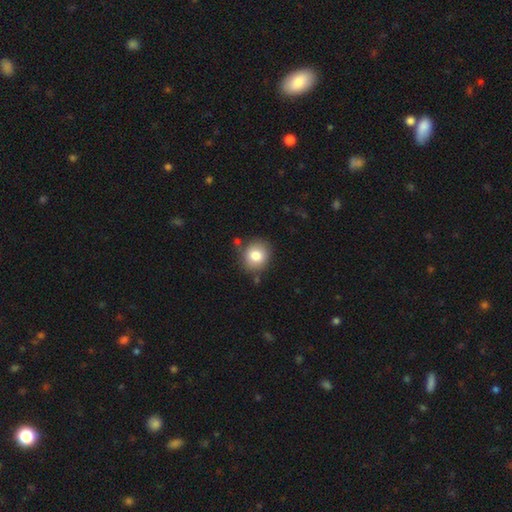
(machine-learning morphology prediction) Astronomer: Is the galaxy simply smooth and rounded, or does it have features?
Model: smooth — 82%.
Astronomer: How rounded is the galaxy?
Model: round — 84%.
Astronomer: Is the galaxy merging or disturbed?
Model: none — 81%.